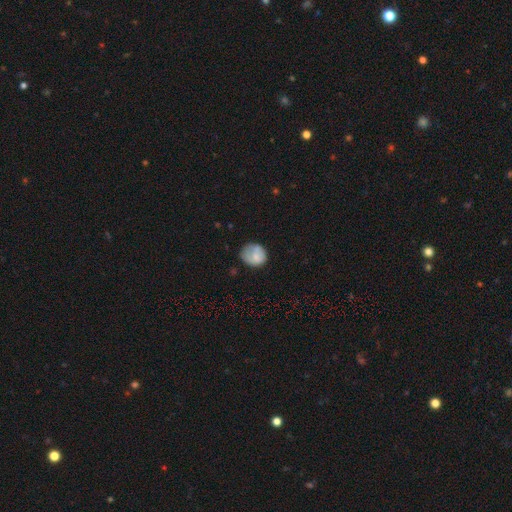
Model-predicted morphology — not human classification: Smooth or featured? Predicted: smooth (p=0.74). How rounded? Predicted: round (p=0.72). Merging? Predicted: none (p=0.56).